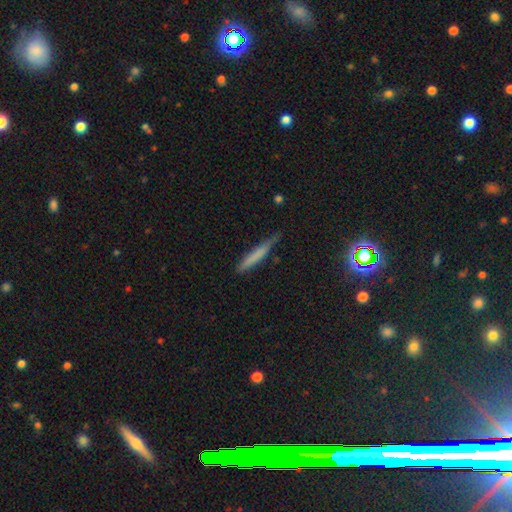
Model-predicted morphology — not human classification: Overall: smooth (70%). How rounded: cigar-shaped (94%). Merging: none (70%).